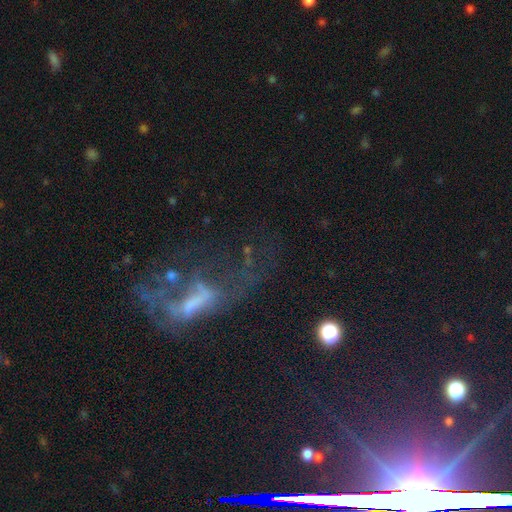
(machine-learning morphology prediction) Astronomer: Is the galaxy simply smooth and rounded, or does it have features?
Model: featured or disk — 44% (runner-up: star or artifact, 39%).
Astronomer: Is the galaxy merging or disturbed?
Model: major disturbance — 40% (runner-up: none, 32%).